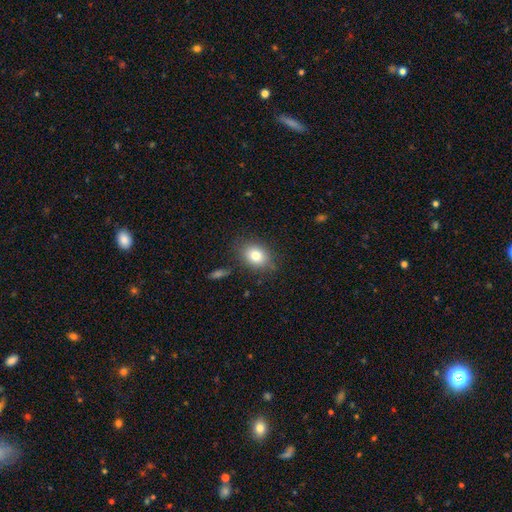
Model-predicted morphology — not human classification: smooth-or-featured: smooth: 80% | featured or disk: 10% | star or artifact: 10%
  how-rounded: in between: 63% | round: 36% | cigar-shaped: 1%
  merging: none: 80% | minor disturbance: 13% | major disturbance: 4% | merger: 3%